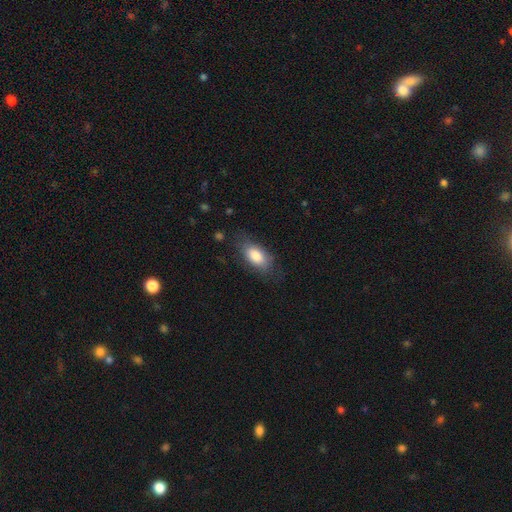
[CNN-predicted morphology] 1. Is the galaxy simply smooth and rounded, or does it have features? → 83% smooth, 11% featured or disk, 6% star or artifact.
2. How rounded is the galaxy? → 90% in between, 6% cigar-shaped, 4% round.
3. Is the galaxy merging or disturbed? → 70% none, 21% minor disturbance, 8% major disturbance, 1% merger.